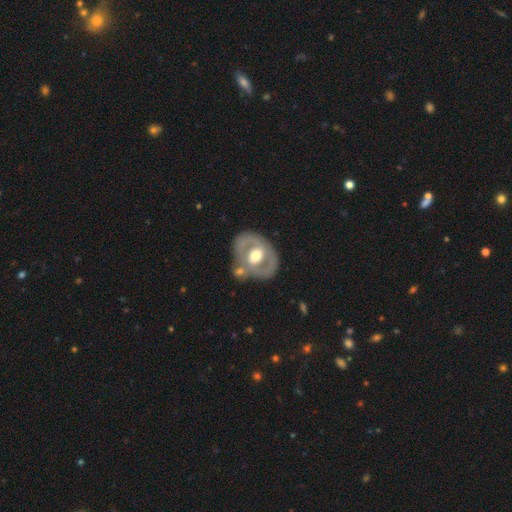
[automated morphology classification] Smooth or featured? Predicted: featured or disk (p=0.67). Edge-on disk? Predicted: no (p=0.95). Bar? Predicted: no (p=0.51). Spiral arms? Predicted: no (p=0.61). Bulge size? Predicted: moderate (p=0.70). Merging? Predicted: none (p=0.60).